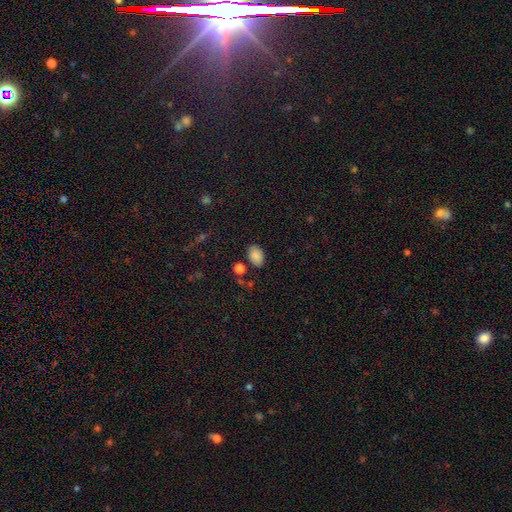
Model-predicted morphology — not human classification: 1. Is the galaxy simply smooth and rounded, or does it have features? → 86% smooth, 9% star or artifact, 5% featured or disk.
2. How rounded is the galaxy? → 88% in between, 11% round, 1% cigar-shaped.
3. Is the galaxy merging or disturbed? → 80% none, 12% minor disturbance, 4% merger, 3% major disturbance.